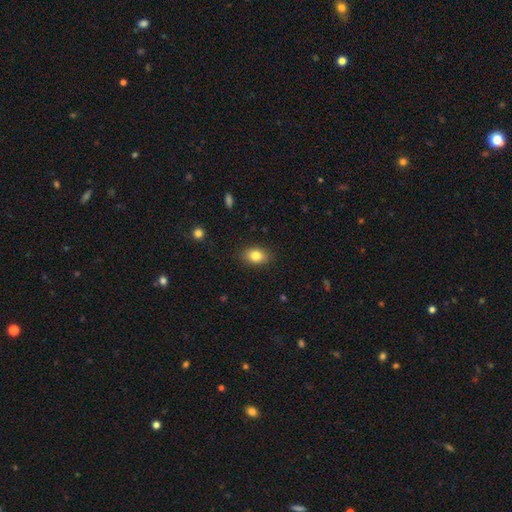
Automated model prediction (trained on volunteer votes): The model was most divided on "how rounded": in between: 78%, round: 21%, cigar-shaped: 1%. More confident: merging — none (87%); smooth or featured — smooth (82%).